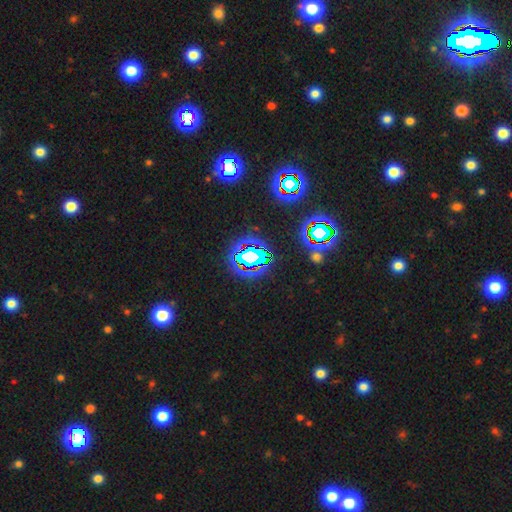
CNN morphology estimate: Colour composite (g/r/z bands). It shows a star or artifact, not a galaxy (66%).